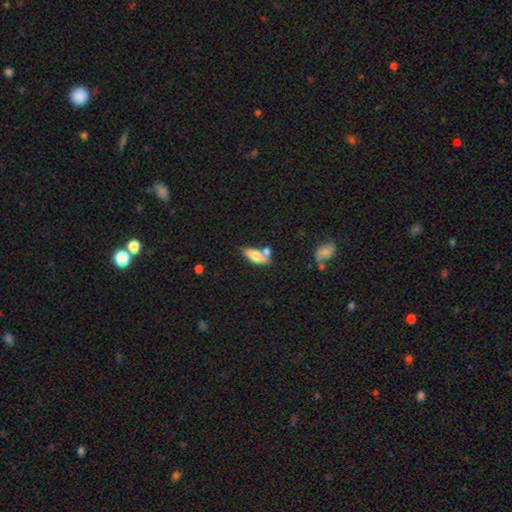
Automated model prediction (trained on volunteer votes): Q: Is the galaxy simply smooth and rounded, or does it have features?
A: smooth — 66%.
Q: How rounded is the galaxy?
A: in between — 71%.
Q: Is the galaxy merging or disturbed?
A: none — 51%.